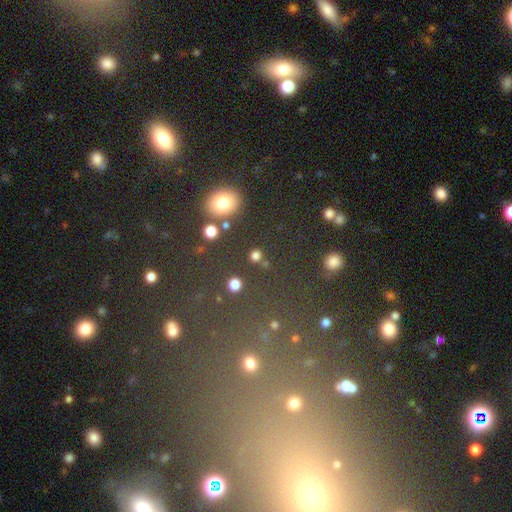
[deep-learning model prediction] The model was most divided on "smooth or featured": smooth: 78%, star or artifact: 17%, featured or disk: 5%. More confident: how rounded — round (89%); merging — none (81%).